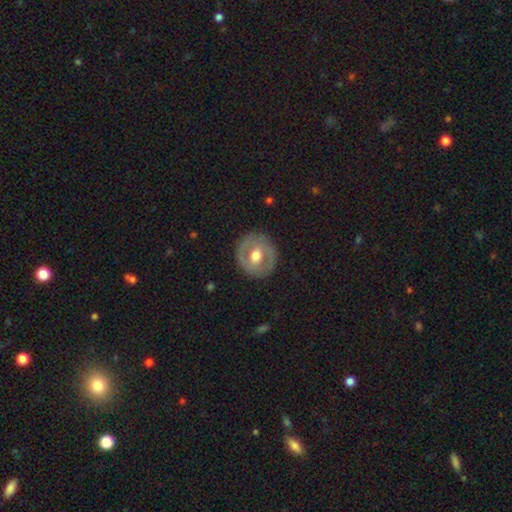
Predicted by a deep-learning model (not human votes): Smooth or featured?
  - featured or disk: 62% *
  - smooth: 33%
  - star or artifact: 5%
Edge-on disk?
  - no: 96% *
  - yes: 4%
Bar?
  - weak: 41% *
  - no: 40%
  - strong: 19%
Spiral arms?
  - no: 55% *
  - yes: 45%
Bulge size?
  - moderate: 77% *
  - large: 14%
  - small: 7%
  - dominant: 1%
  - none: 1%
Merging?
  - none: 84% *
  - minor disturbance: 11%
  - major disturbance: 4%
  - merger: 1%